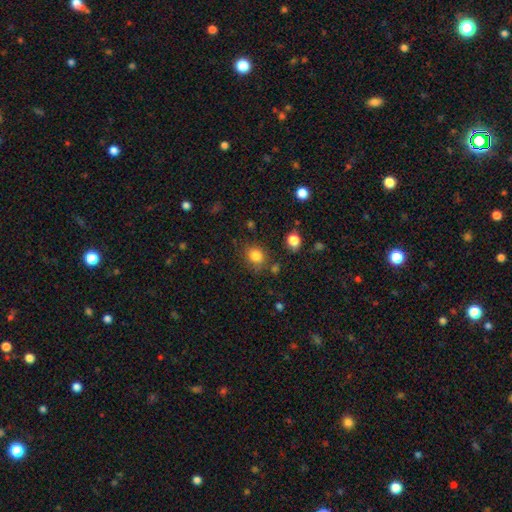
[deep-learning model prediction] Q: Smooth or featured?
A: smooth (82%); runner-up: star or artifact (12%)
Q: How rounded?
A: round (73%); runner-up: in between (26%)
Q: Merging?
A: none (77%); runner-up: minor disturbance (14%)